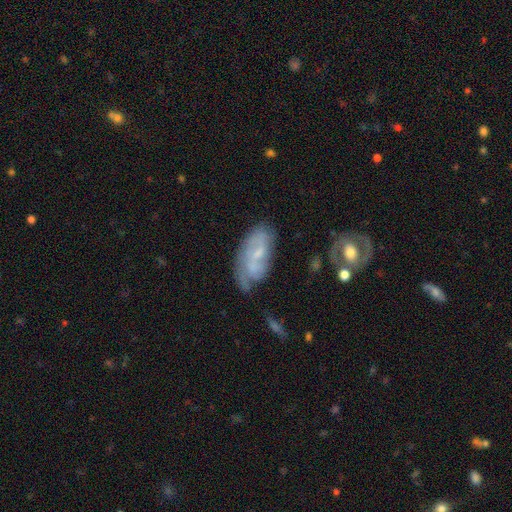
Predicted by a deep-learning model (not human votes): This is likely a featured or disk galaxy (63%). It is clearly not viewed edge-on (92%). Bar: marginally weak (45%). Spiral arm pattern: clearly yes (80%). Central bulge: likely small (62%). Merging: possibly none (53%).